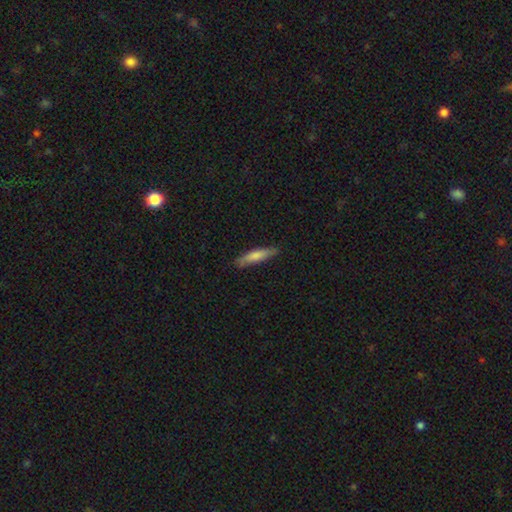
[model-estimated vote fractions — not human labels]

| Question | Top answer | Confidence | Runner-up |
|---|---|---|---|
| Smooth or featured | smooth | 73% | featured or disk (21%) |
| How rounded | cigar-shaped | 84% | in between (15%) |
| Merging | none | 82% | minor disturbance (14%) |